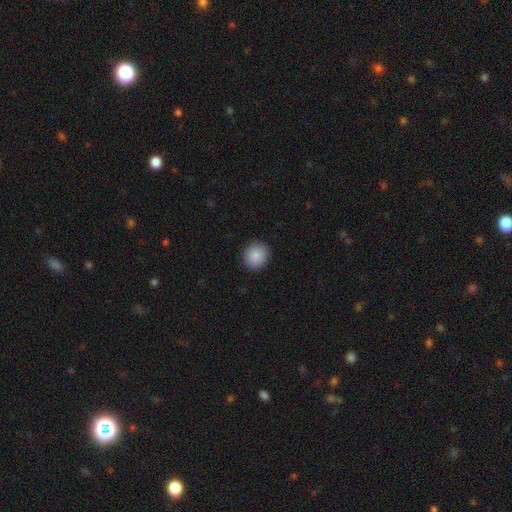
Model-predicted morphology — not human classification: smooth-or-featured: smooth: 88% | star or artifact: 8% | featured or disk: 4%
  how-rounded: round: 86% | in between: 13% | cigar-shaped: 1%
  merging: none: 90% | minor disturbance: 7% | major disturbance: 2% | merger: 1%